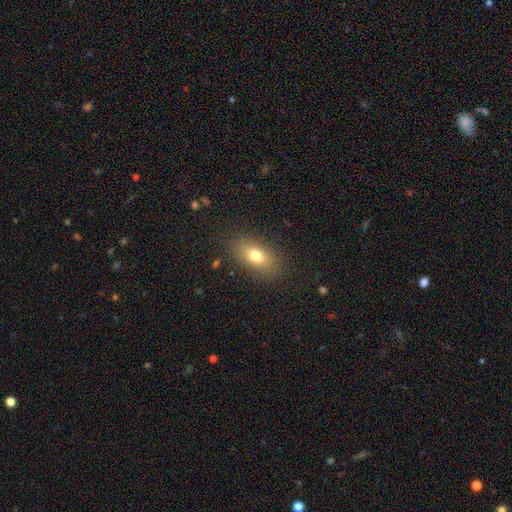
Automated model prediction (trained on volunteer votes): Smooth or featured? smooth (75%)
How rounded? in between (85%)
Merging? none (84%)